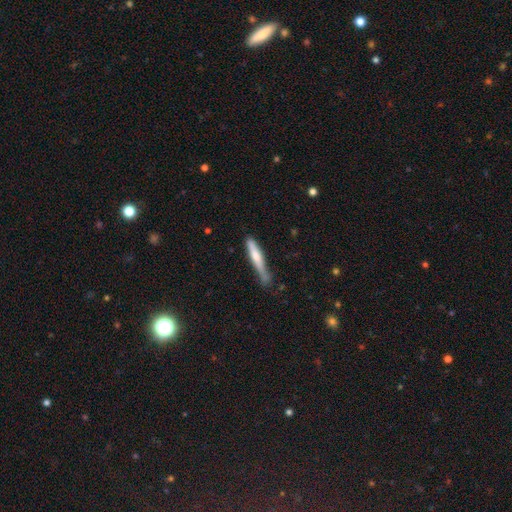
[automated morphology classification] Overall: smooth (62%; featured or disk 33%). How rounded: cigar-shaped (92%). Merging: none (55%; minor disturbance 30%).